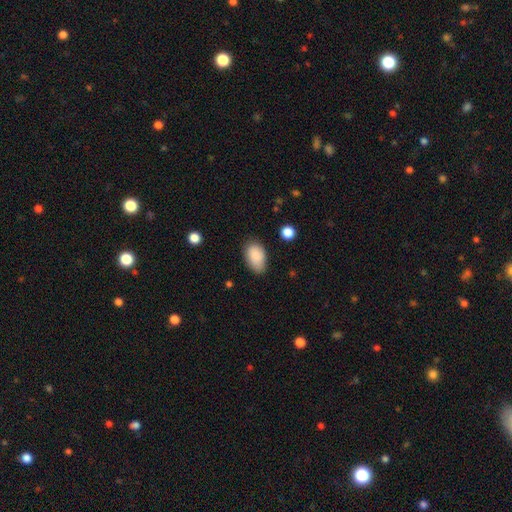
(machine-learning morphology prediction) Smooth or featured? smooth (88%)
How rounded? in between (92%)
Merging? none (72%)